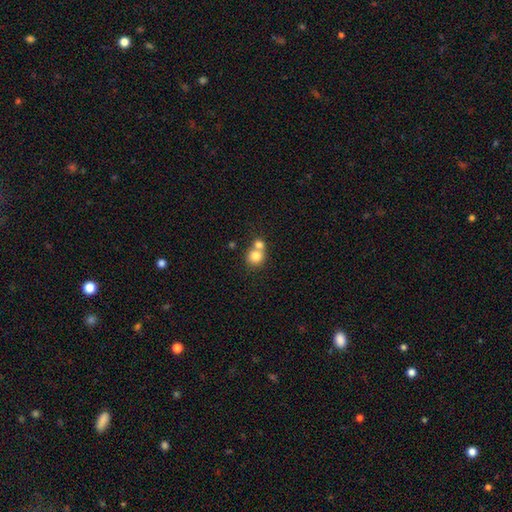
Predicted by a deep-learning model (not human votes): Overall: smooth (80%). How rounded: round (85%). Merging: merger (53%; none 38%).